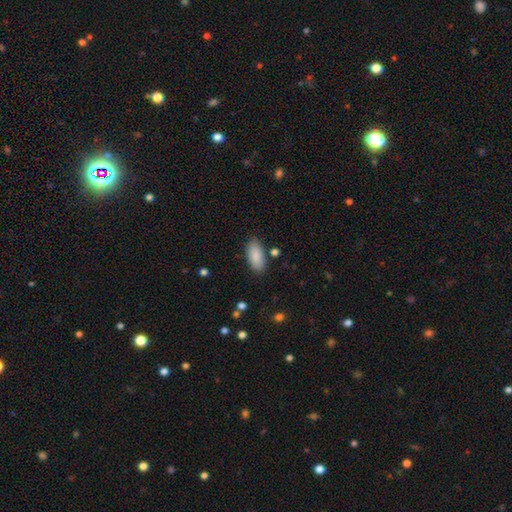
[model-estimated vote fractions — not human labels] Smooth or featured?
  - smooth: 88% *
  - star or artifact: 6%
  - featured or disk: 6%
How rounded?
  - in between: 89% *
  - cigar-shaped: 9%
  - round: 2%
Merging?
  - none: 85% *
  - minor disturbance: 10%
  - major disturbance: 3%
  - merger: 3%